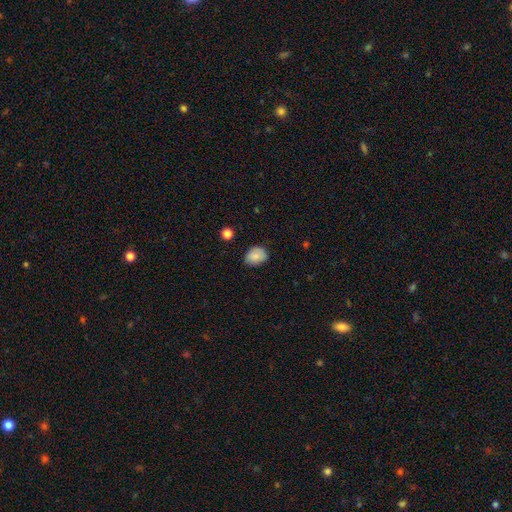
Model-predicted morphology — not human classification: Overall: smooth (84%). How rounded: in between (59%; round 40%). Merging: none (76%).